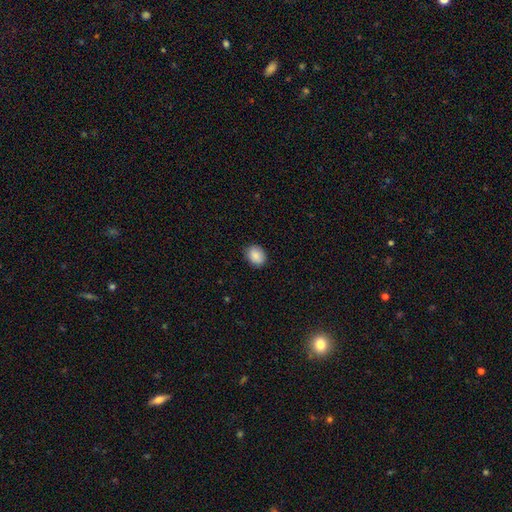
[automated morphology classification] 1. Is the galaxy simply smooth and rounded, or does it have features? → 88% smooth, 8% star or artifact, 4% featured or disk.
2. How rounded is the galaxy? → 53% in between, 46% round, 1% cigar-shaped.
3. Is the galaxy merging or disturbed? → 88% none, 9% minor disturbance, 2% major disturbance, 1% merger.